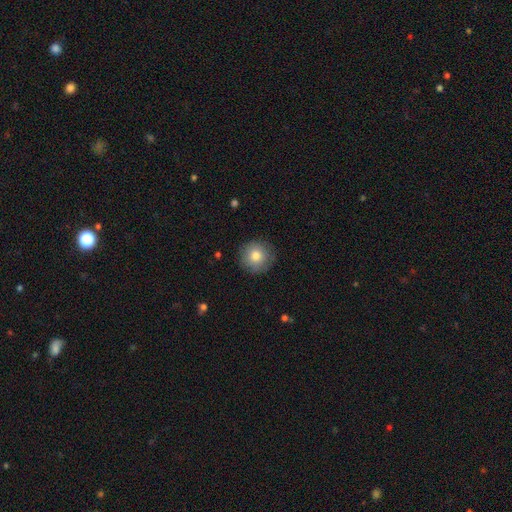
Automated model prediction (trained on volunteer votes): Q: Smooth or featured?
A: smooth (81%); runner-up: featured or disk (10%)
Q: How rounded?
A: round (95%); runner-up: in between (4%)
Q: Merging?
A: none (88%); runner-up: minor disturbance (8%)